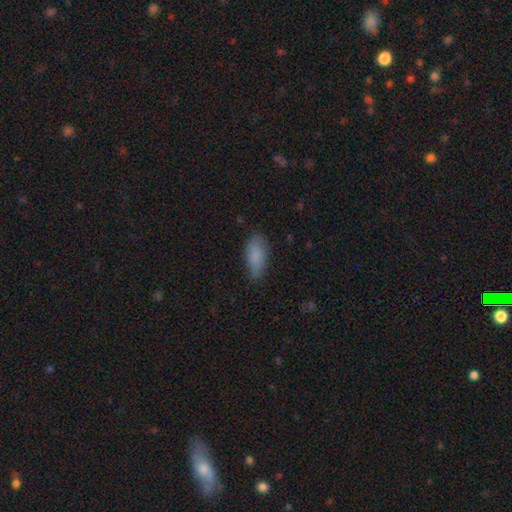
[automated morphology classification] type=smooth (85%); roundness=in between (83%); merging=none (71%).